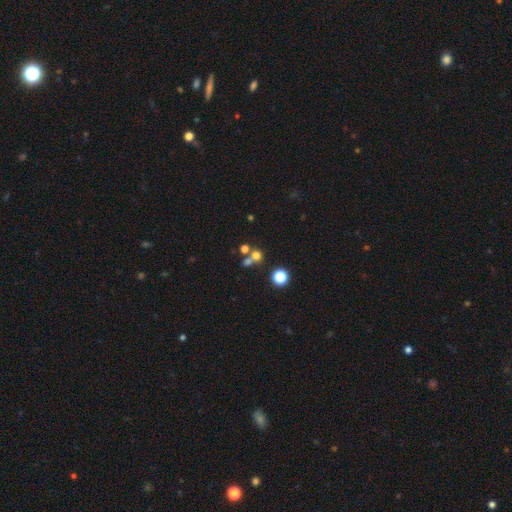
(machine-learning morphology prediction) This appears to be a smooth galaxy with no disk features (64%) that is round (85%). Merging: none (49%).